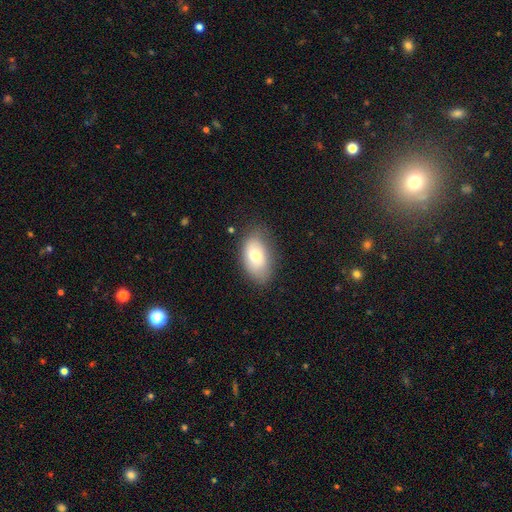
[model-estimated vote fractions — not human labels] Morphology: type=smooth (72%); roundness=in between (91%); merging=none (76%).